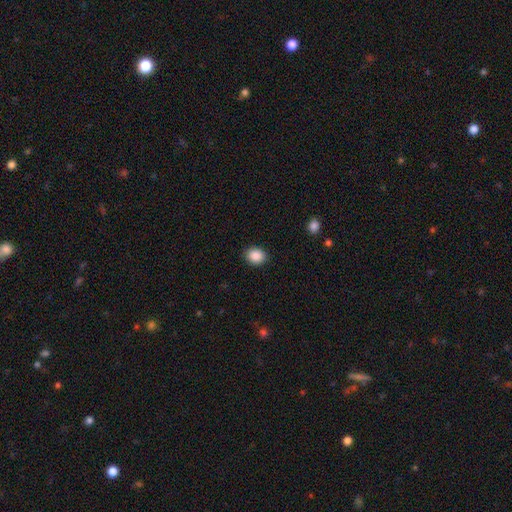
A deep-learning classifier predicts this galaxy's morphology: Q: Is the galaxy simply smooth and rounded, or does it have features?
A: smooth — 89%.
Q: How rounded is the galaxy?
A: round — 61%.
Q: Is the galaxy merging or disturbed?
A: none — 89%.